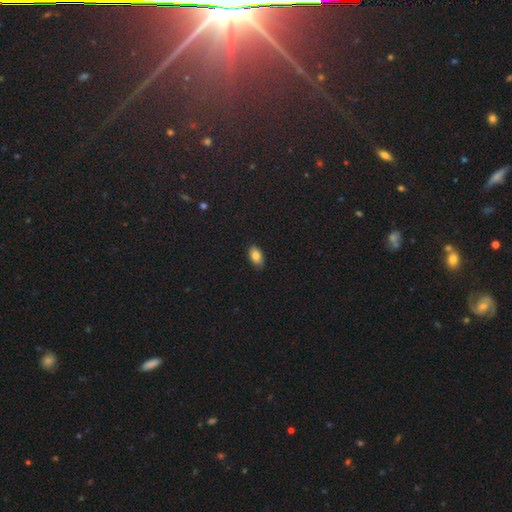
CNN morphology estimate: Overall: smooth (82%). How rounded: in between (92%). Merging: none (87%).